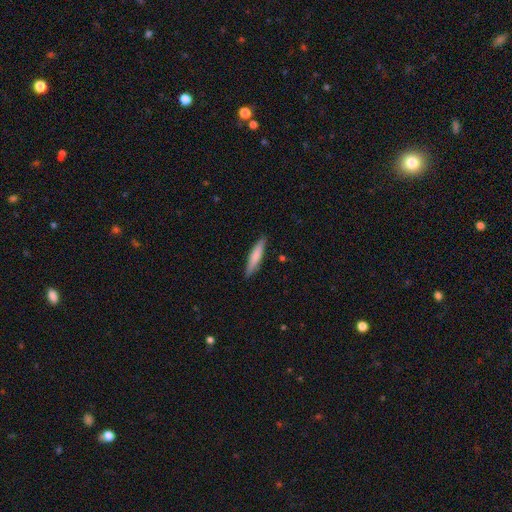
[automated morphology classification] This is likely a smooth galaxy (74%). How rounded: clearly cigar-shaped (88%). Merging: clearly none (89%).